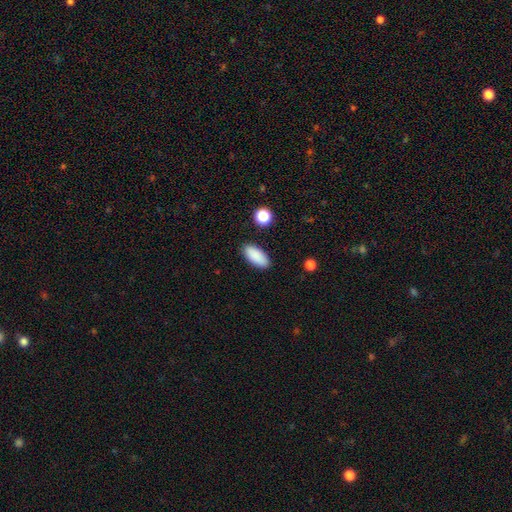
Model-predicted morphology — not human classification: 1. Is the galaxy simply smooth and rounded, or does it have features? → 89% smooth, 7% star or artifact, 4% featured or disk.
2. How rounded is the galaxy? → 87% in between, 10% cigar-shaped, 2% round.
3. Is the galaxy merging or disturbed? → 88% none, 8% minor disturbance, 2% major disturbance, 2% merger.